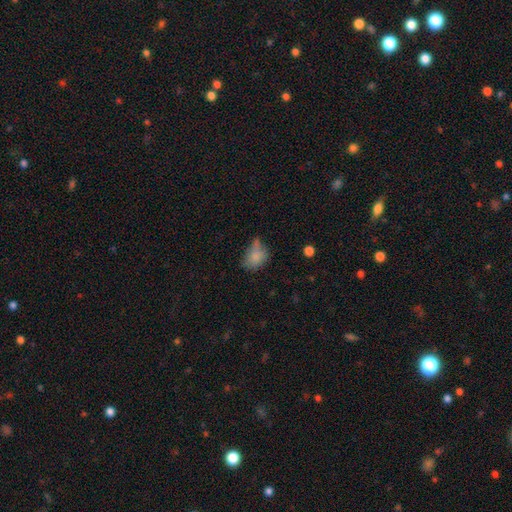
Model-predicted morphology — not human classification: type=smooth (78%); roundness=in between (68%); merging=none (41%).